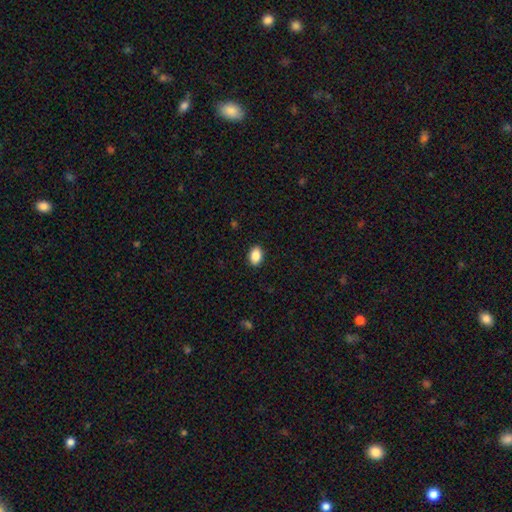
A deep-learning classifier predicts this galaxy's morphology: A smooth galaxy with no disk features (89%) that is in between round and cigar-shaped (85%).

Vote fractions:
- Smooth or featured? smooth: 89% / star or artifact: 8% / featured or disk: 3%
- How rounded? in between: 85% / round: 14% / cigar-shaped: 1%
- Merging? none: 90% / minor disturbance: 7% / major disturbance: 2% / merger: 1%